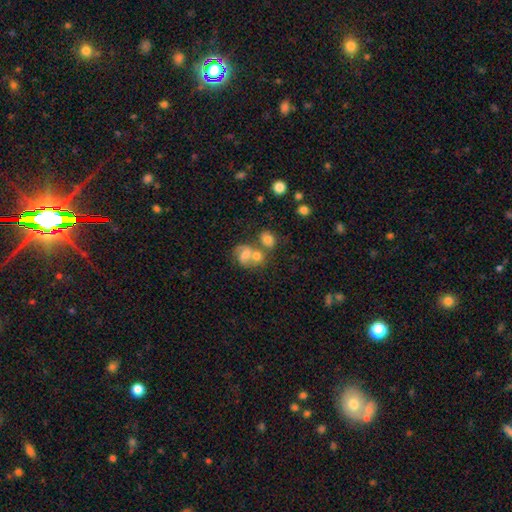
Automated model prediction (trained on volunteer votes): The model was most divided on "smooth or featured": smooth: 46%, featured or disk: 37%, star or artifact: 17%. Remaining: merging — merger (47%).